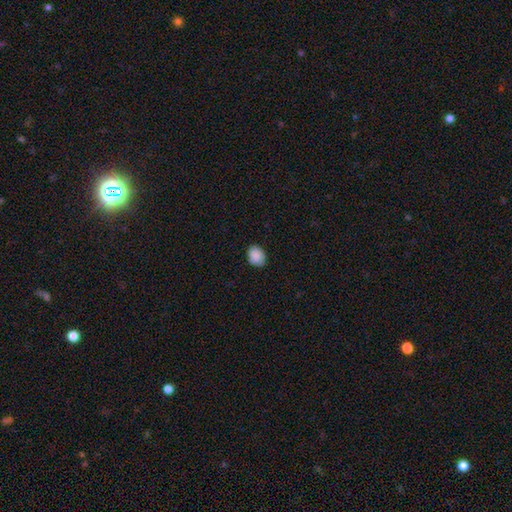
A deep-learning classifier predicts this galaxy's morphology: Smooth or featured? smooth (88%)
How rounded? in between (55%)
Merging? none (80%)